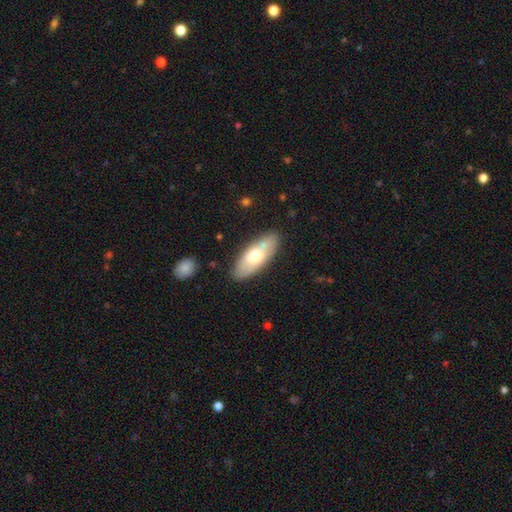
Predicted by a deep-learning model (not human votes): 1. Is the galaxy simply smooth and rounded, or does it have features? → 62% smooth, 32% featured or disk, 6% star or artifact.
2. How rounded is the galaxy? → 74% in between, 24% cigar-shaped, 2% round.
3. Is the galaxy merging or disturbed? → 82% none, 12% minor disturbance, 3% merger, 3% major disturbance.